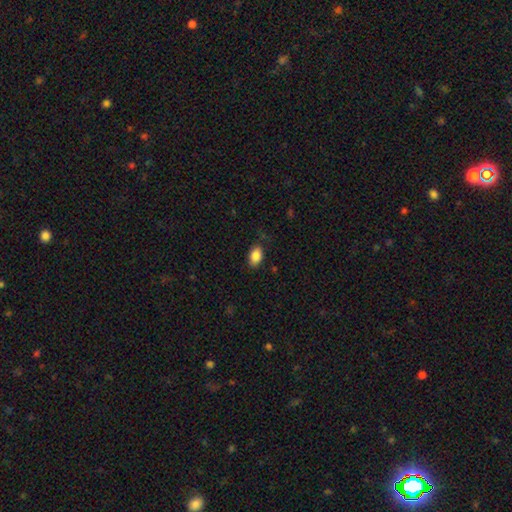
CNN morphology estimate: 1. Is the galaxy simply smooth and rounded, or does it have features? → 87% smooth, 8% star or artifact, 5% featured or disk.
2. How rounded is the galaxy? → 90% in between, 9% round, 2% cigar-shaped.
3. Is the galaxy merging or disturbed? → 79% none, 16% minor disturbance, 4% major disturbance, 1% merger.